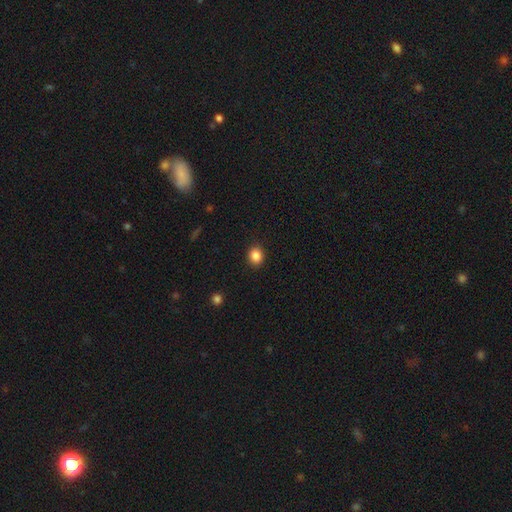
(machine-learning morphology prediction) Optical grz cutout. It shows a smooth galaxy with no disk features (86%) that is round (64%). Merging: none (90%).